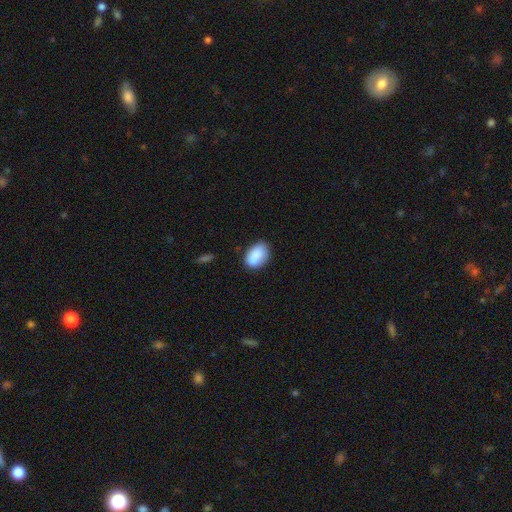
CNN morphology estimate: Smooth or featured: smooth — 86% (star or artifact — 7%)
How rounded: in between — 86% (round — 13%)
Merging: none — 72% (minor disturbance — 22%)